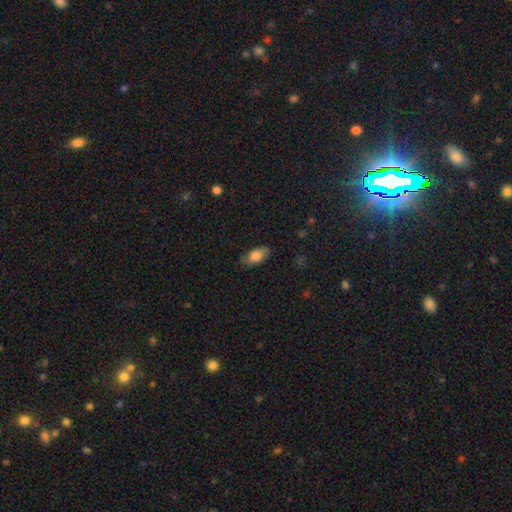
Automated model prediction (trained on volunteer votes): Smooth or featured: smooth — 71% (featured or disk — 21%)
How rounded: in between — 90% (round — 5%)
Merging: none — 75% (minor disturbance — 18%)